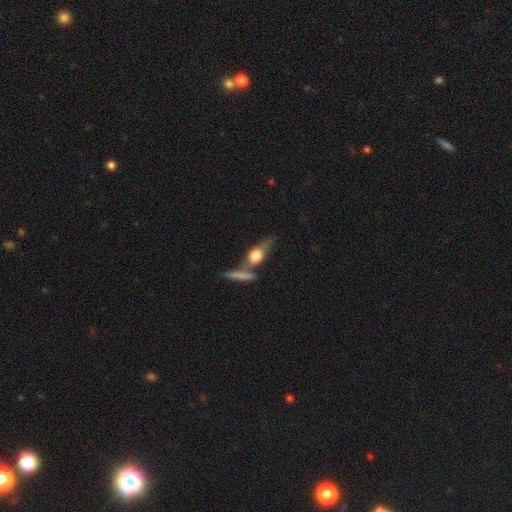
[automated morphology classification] type=smooth (48%); merging=none (50%).